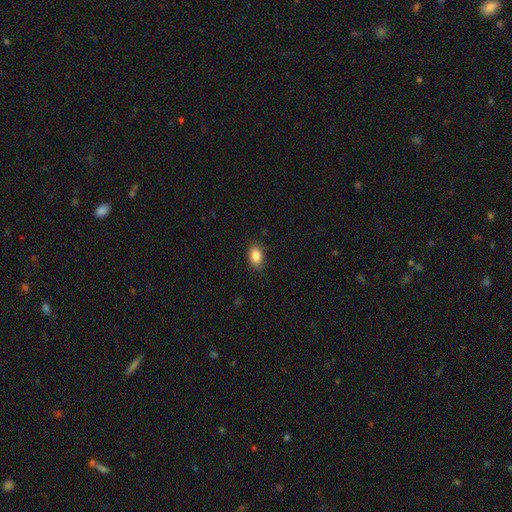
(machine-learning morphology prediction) smooth 87%, star or artifact 8%, featured or disk 5%. Down the decision tree: how rounded — in between (88%); merging — none (85%).